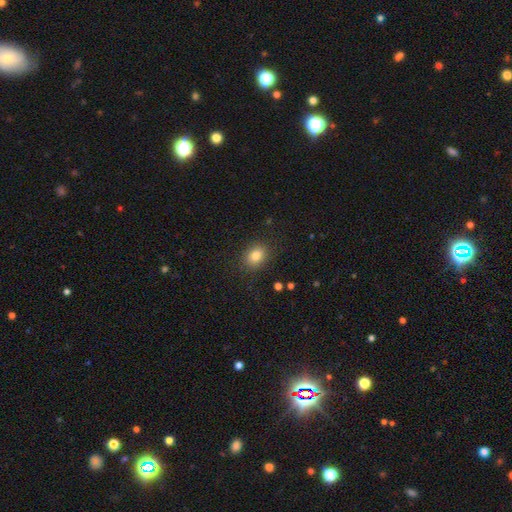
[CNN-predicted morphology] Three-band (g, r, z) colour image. It shows a smooth galaxy with no disk features (82%) that is in between round and cigar-shaped (54%). Merging: none (86%).